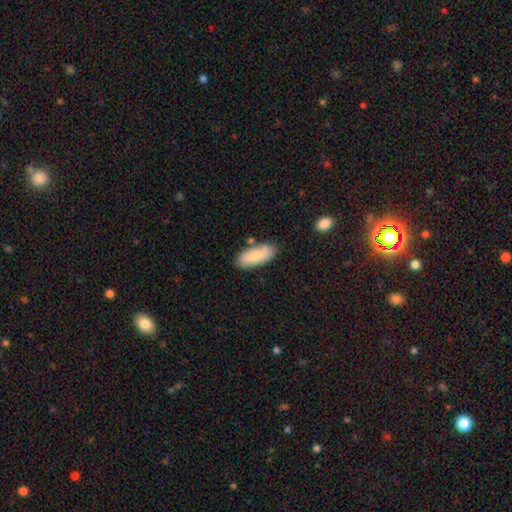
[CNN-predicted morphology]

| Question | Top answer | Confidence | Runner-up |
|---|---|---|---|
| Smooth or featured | smooth | 76% | featured or disk (18%) |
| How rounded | in between | 82% | cigar-shaped (16%) |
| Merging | none | 77% | minor disturbance (15%) |